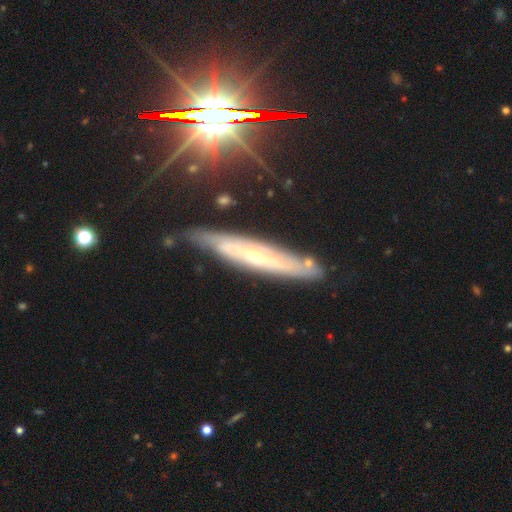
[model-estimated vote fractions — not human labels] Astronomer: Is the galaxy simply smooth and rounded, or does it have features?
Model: featured or disk — 67%.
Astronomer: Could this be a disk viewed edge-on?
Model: yes — 61% (runner-up: no, 39%).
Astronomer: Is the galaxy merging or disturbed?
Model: none — 79%.